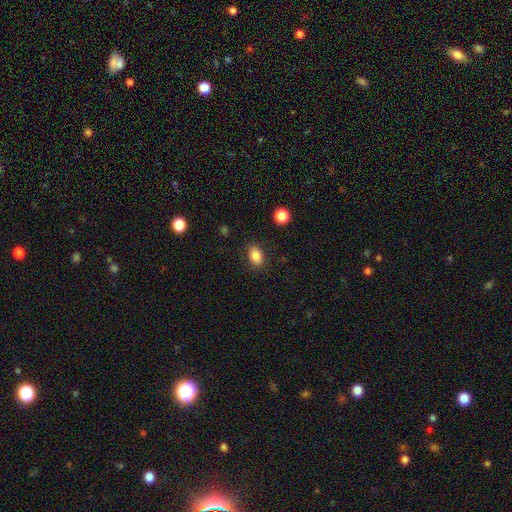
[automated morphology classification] This is clearly a smooth galaxy (85%). How rounded: clearly in between (83%). Merging: clearly none (86%).